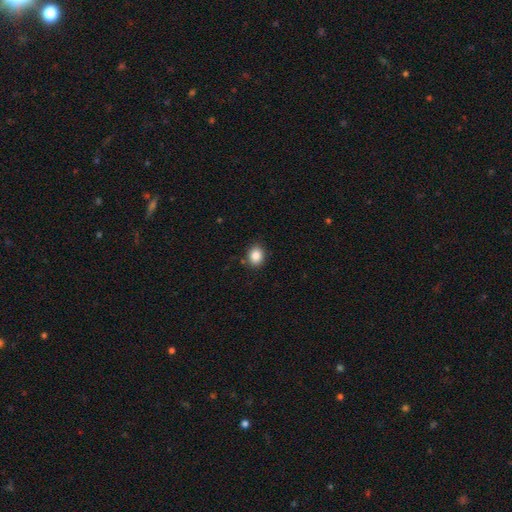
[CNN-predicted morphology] smooth-or-featured: smooth: 86% | star or artifact: 9% | featured or disk: 5%
  how-rounded: round: 53% | in between: 46% | cigar-shaped: 1%
  merging: none: 86% | minor disturbance: 10% | major disturbance: 2% | merger: 2%